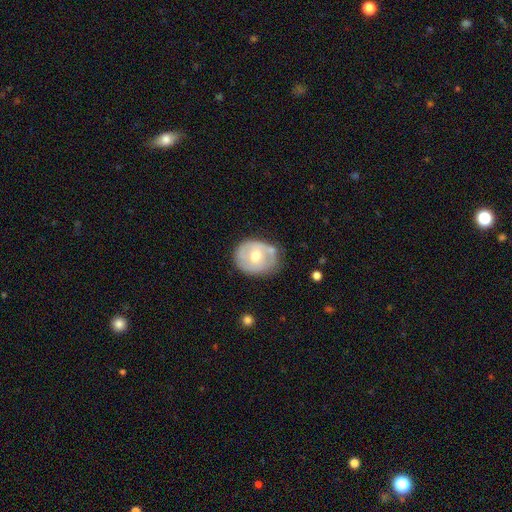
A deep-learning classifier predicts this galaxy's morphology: A featured or disk galaxy (50%). Merging: none (62%).